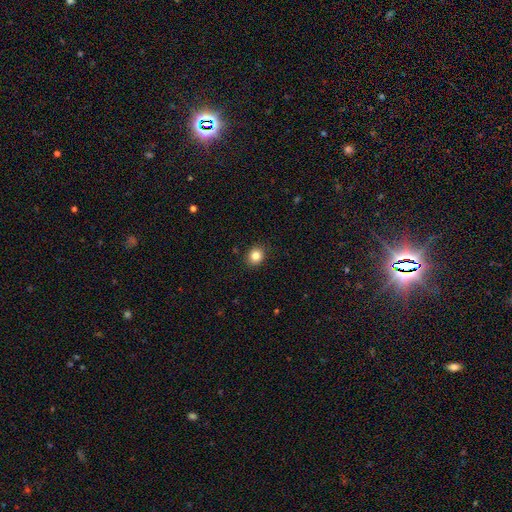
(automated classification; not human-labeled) Smooth or featured? Predicted: smooth (p=0.84). How rounded? Predicted: round (p=0.72). Merging? Predicted: none (p=0.89).